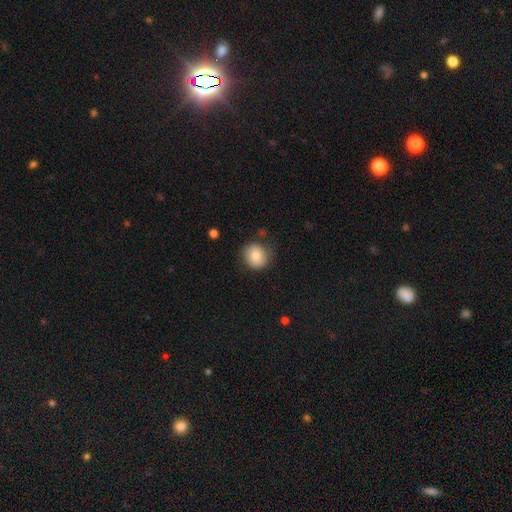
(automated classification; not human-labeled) A smooth galaxy with no disk features (77%) that is round (87%). Merging: none (76%).